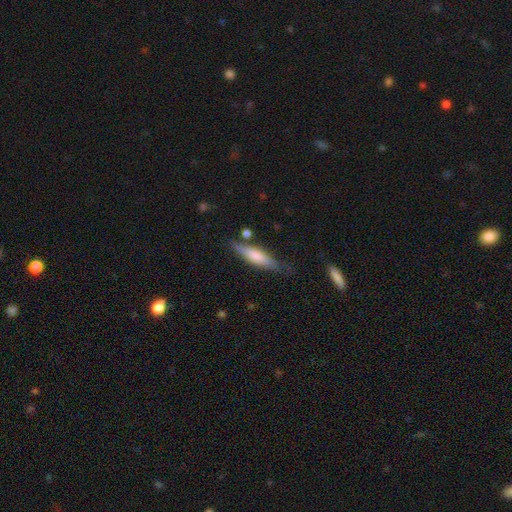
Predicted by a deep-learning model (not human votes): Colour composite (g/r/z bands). It shows a smooth galaxy with no disk features (59%) that is cigar-shaped (72%). Merging: none (73%).